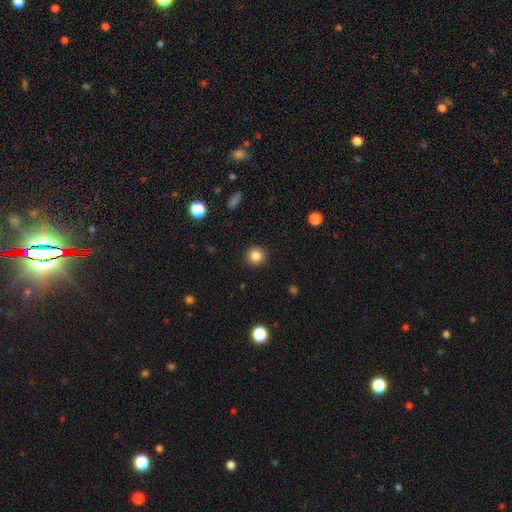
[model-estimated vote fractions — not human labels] A smooth galaxy with no disk features (84%) that is round (93%).

Vote fractions:
- Smooth or featured? smooth: 84% / star or artifact: 11% / featured or disk: 4%
- How rounded? round: 93% / in between: 6% / cigar-shaped: 1%
- Merging? none: 91% / minor disturbance: 6% / major disturbance: 2% / merger: 1%